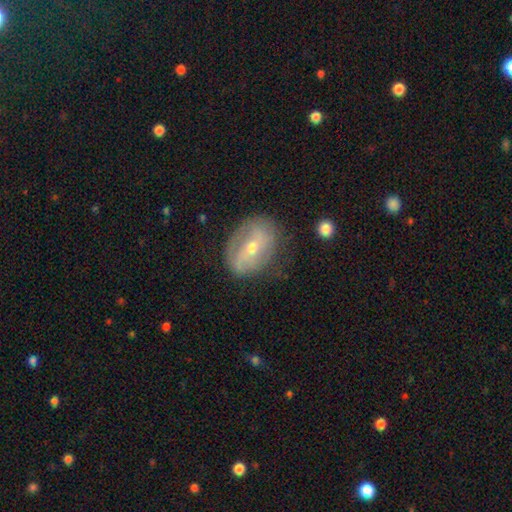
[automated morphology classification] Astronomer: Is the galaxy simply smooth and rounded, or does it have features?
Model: featured or disk — 52% (runner-up: smooth, 29%).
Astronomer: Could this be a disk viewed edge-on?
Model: no — 92%.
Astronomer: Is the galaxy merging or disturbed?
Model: none — 79%.